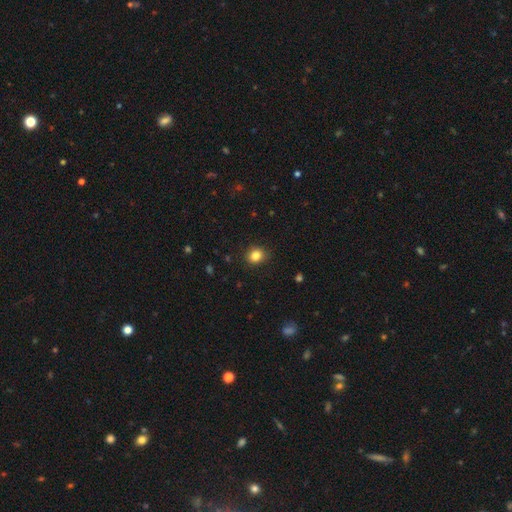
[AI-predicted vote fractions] This appears to be a smooth galaxy with no disk features (84%) that is round (70%). Merging: none (88%).